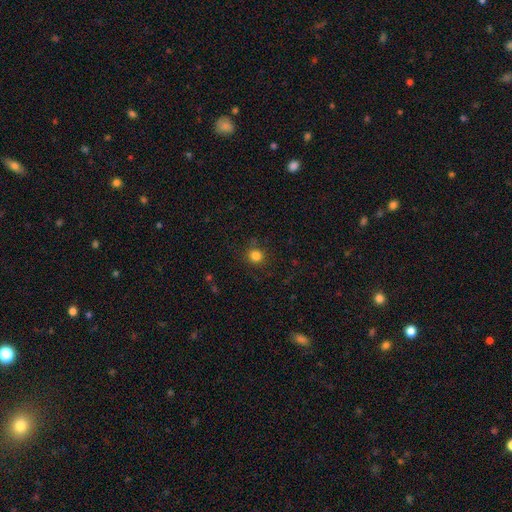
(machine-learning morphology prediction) Overall: smooth (82%). How rounded: round (90%). Merging: none (86%).